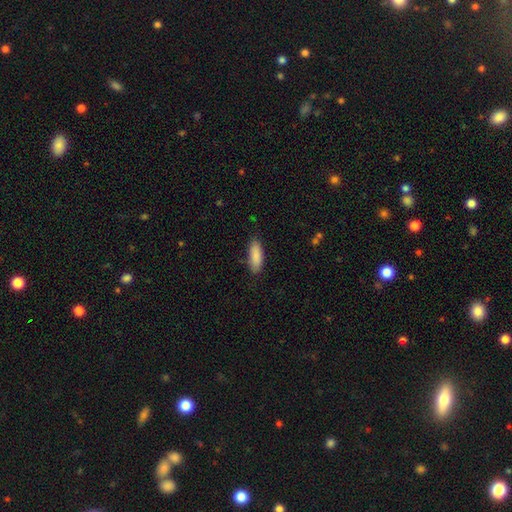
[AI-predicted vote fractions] A smooth galaxy with no disk features (88%) that is in between round and cigar-shaped (68%). Merging: none (82%).